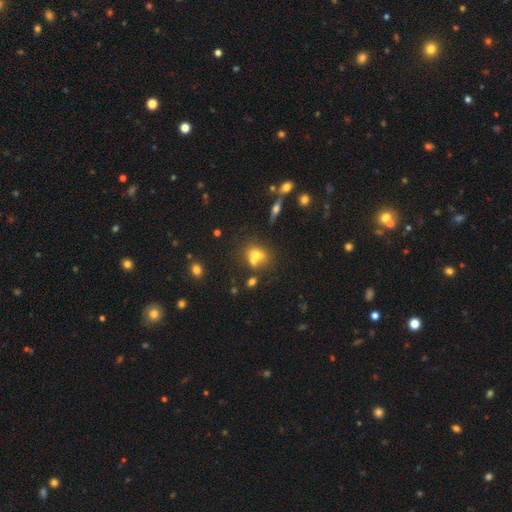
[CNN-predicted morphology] The model was most divided on "merging": merger: 47%, none: 37%, minor disturbance: 11%, major disturbance: 5%. More confident: smooth or featured — smooth (64%); how rounded — round (56%).